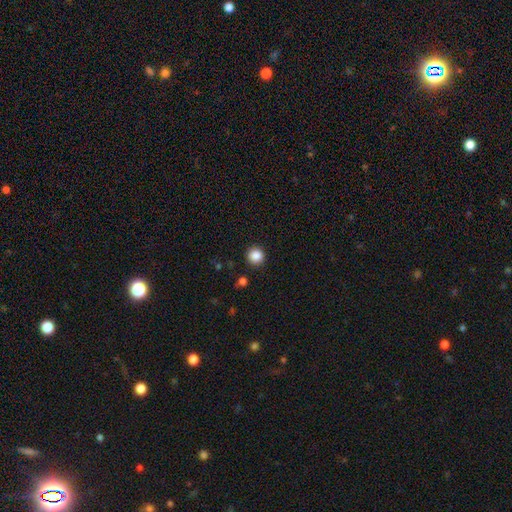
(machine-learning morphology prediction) This appears to be a smooth galaxy with no disk features (87%) that is round (95%). Merging: none (92%).